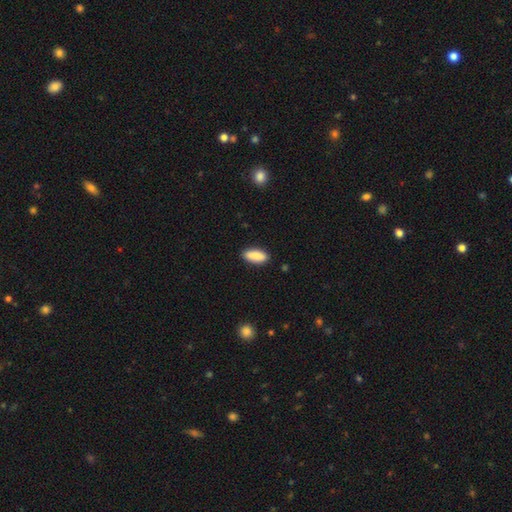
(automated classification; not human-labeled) Morphology: type=smooth (89%); roundness=in between (78%); merging=none (88%).